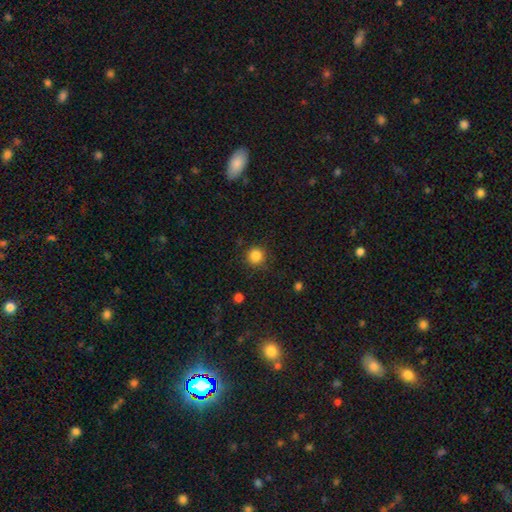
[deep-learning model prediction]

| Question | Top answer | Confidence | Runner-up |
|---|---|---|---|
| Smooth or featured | smooth | 85% | star or artifact (11%) |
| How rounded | round | 94% | in between (5%) |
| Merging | none | 87% | minor disturbance (9%) |